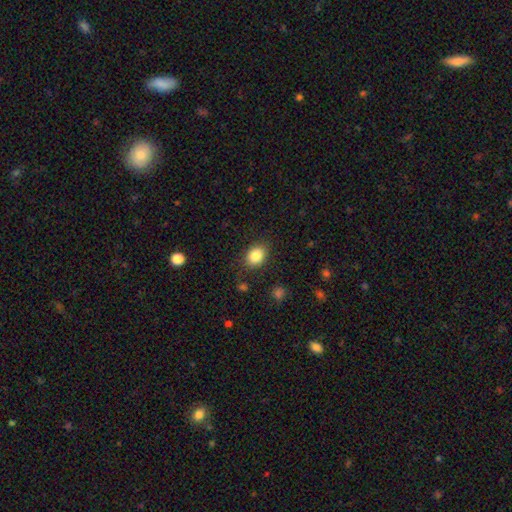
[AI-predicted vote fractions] Smooth or featured? Predicted: smooth (p=0.86). How rounded? Predicted: in between (p=0.62). Merging? Predicted: none (p=0.83).